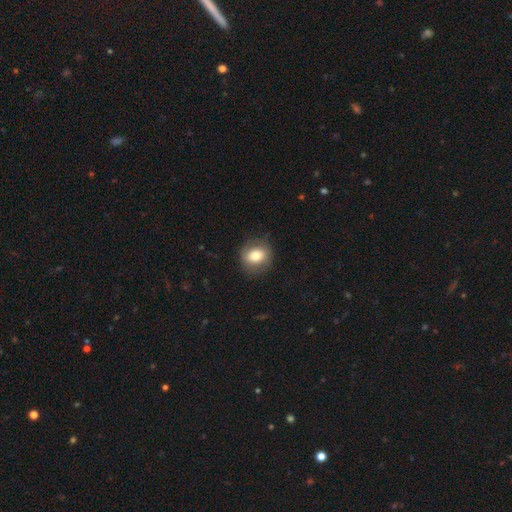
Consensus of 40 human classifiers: Smooth or featured: smooth — 78% (featured or disk — 15%)
How rounded: round — 77% (in between — 23%)
Merging: none — 73% (minor disturbance — 19%)